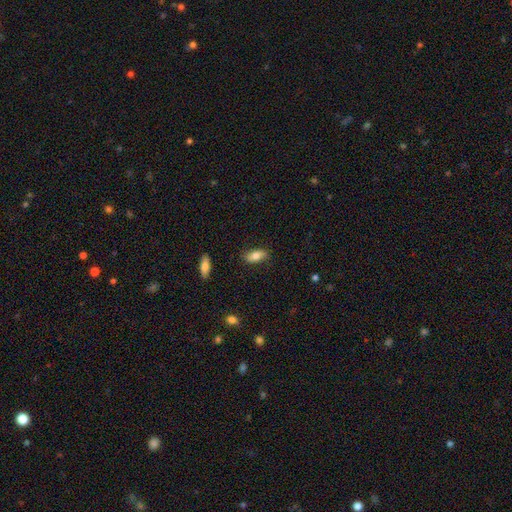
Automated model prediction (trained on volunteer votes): smooth_or_featured: smooth (p=0.75) [alt: featured or disk p=0.18]
how_rounded: in between (p=0.85) [alt: cigar-shaped p=0.11]
merging: none (p=0.80) [alt: minor disturbance p=0.15]